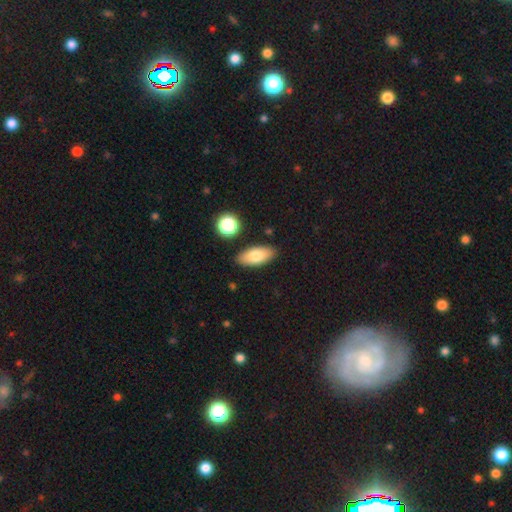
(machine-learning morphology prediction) smooth_or_featured: smooth (p=0.77) [alt: featured or disk p=0.16]
how_rounded: in between (p=0.86) [alt: cigar-shaped p=0.10]
merging: none (p=0.86) [alt: minor disturbance p=0.09]